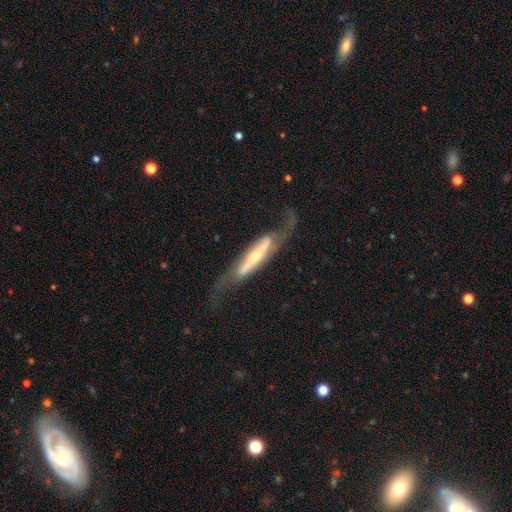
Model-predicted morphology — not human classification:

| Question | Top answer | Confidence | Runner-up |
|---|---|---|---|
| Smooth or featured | featured or disk | 80% | smooth (14%) |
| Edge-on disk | no | 60% | yes (40%) |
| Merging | none | 58% | major disturbance (21%) |